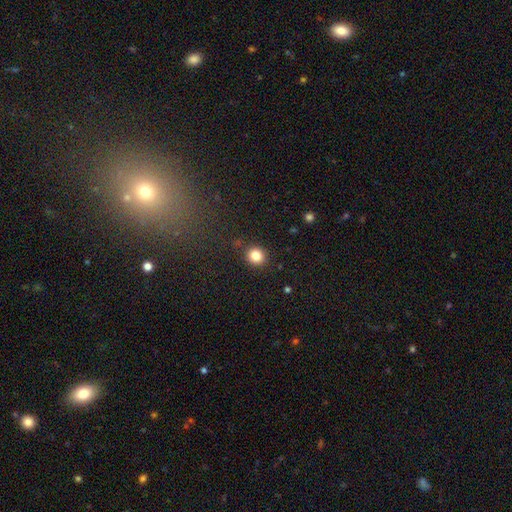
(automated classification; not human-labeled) Smooth or featured? Predicted: smooth (p=0.84). How rounded? Predicted: round (p=0.85). Merging? Predicted: none (p=0.89).